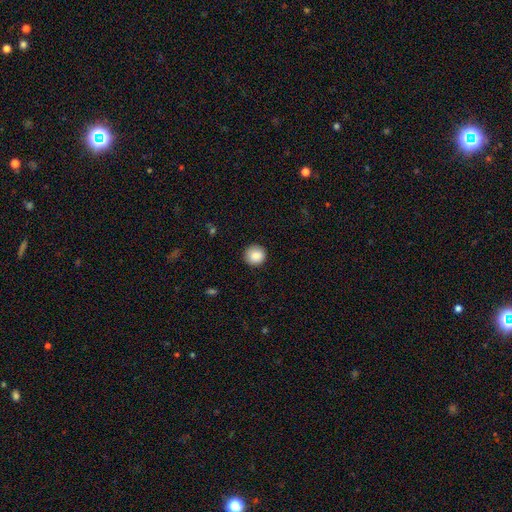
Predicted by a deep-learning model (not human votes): A smooth galaxy with no disk features (87%) that is round (95%).

Vote fractions:
- Smooth or featured? smooth: 87% / star or artifact: 8% / featured or disk: 5%
- How rounded? round: 95% / in between: 5% / cigar-shaped: 1%
- Merging? none: 92% / minor disturbance: 5% / major disturbance: 2% / merger: 1%